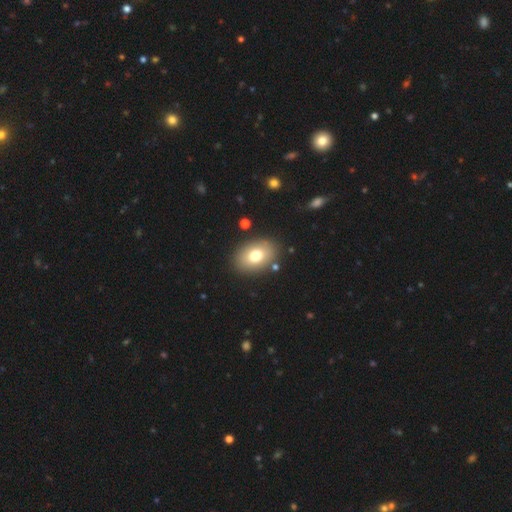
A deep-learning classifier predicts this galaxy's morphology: smooth_or_featured: smooth (p=0.75) [alt: featured or disk p=0.16]
how_rounded: in between (p=0.83) [alt: round p=0.16]
merging: none (p=0.86) [alt: minor disturbance p=0.08]